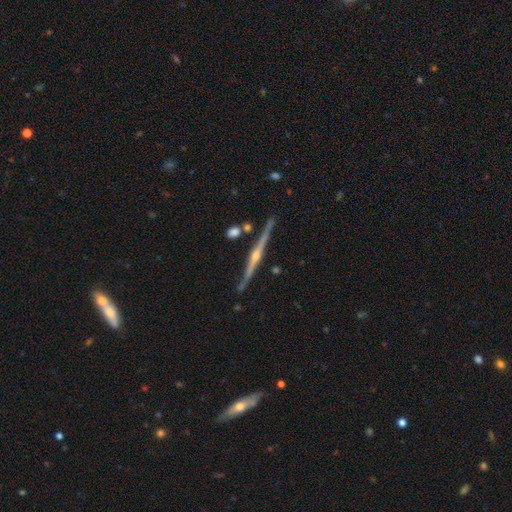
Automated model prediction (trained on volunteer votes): Smooth or featured: featured or disk — 88% (smooth — 7%)
Edge-on disk: yes — 98% (no — 2%)
Edge-on bulge: rounded — 88% (none — 7%)
Merging: none — 88% (minor disturbance — 8%)